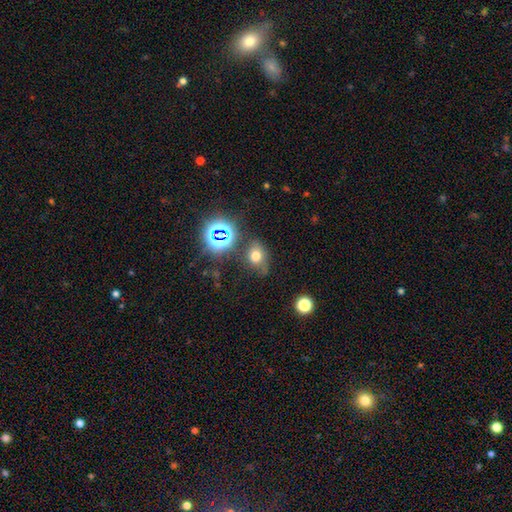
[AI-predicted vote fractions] Smooth or featured: smooth — 64% (star or artifact — 23%)
How rounded: in between — 58% (round — 41%)
Merging: none — 65% (minor disturbance — 22%)